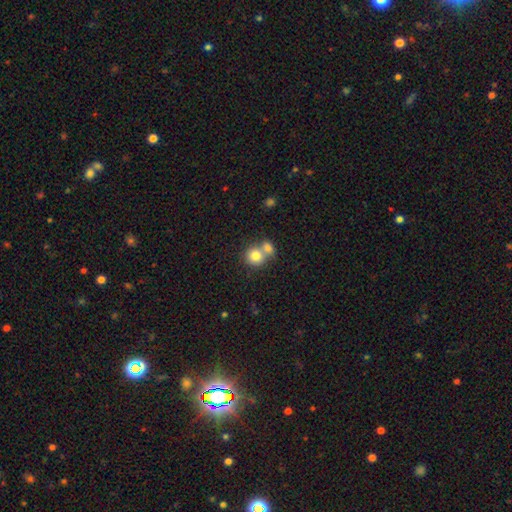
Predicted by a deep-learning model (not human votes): Smooth or featured?
  - smooth: 79% *
  - featured or disk: 11%
  - star or artifact: 9%
How rounded?
  - round: 84% *
  - in between: 15%
  - cigar-shaped: 1%
Merging?
  - merger: 53% *
  - none: 38%
  - minor disturbance: 6%
  - major disturbance: 3%